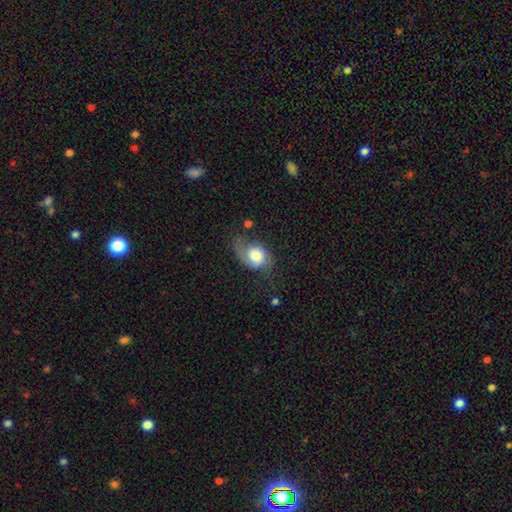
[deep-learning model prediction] Morphology: type=featured or disk (52%); edge-on=no (96%); bar=no (72%); spiral arms=yes (88%); bulge=moderate (41%, tied with large); merging=none (42%).